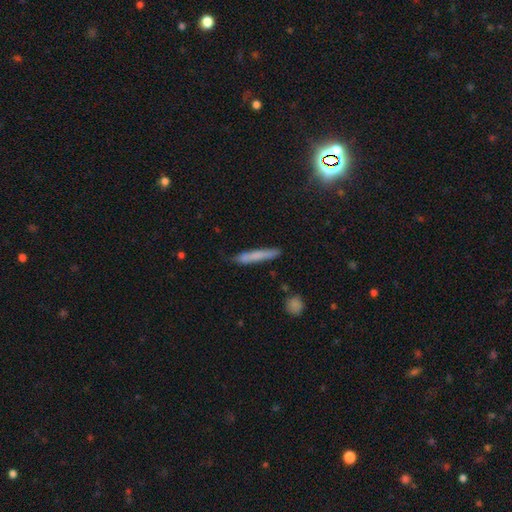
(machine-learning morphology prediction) Smooth or featured?
  - smooth: 69% *
  - featured or disk: 23%
  - star or artifact: 8%
How rounded?
  - cigar-shaped: 94% *
  - in between: 5%
  - round: 2%
Merging?
  - none: 81% *
  - minor disturbance: 14%
  - major disturbance: 3%
  - merger: 2%